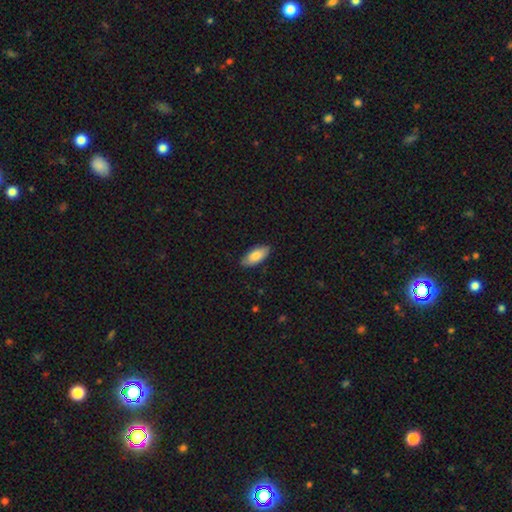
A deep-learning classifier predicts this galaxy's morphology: Smooth or featured? Predicted: smooth (p=0.84). How rounded? Predicted: in between (p=0.89). Merging? Predicted: none (p=0.86).